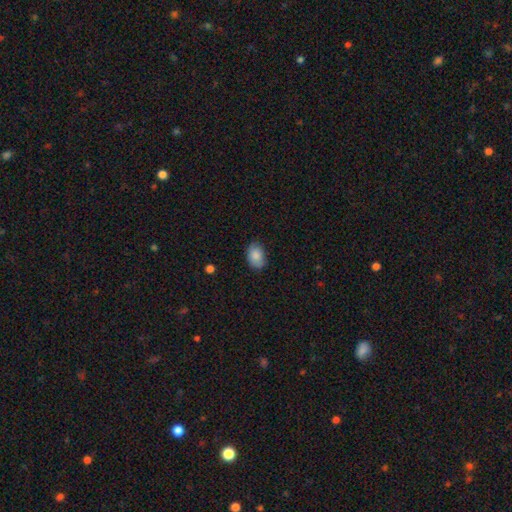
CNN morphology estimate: This is clearly a smooth galaxy (86%). How rounded: clearly in between (81%). Merging: likely none (77%).